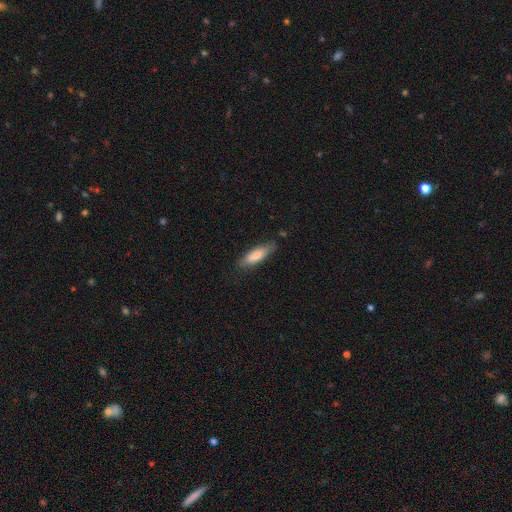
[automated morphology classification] This appears to be a smooth galaxy with no disk features (79%) that is cigar-shaped (53%). Merging: none (76%).